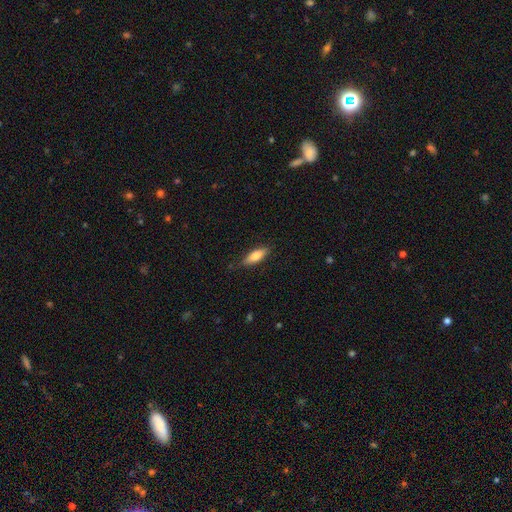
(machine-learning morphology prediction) A smooth galaxy with no disk features (77%) that is in between round and cigar-shaped (62%).

Vote fractions:
- Smooth or featured? smooth: 77% / featured or disk: 17% / star or artifact: 6%
- How rounded? in between: 62% / cigar-shaped: 36% / round: 2%
- Merging? none: 82% / minor disturbance: 14% / major disturbance: 3% / merger: 1%